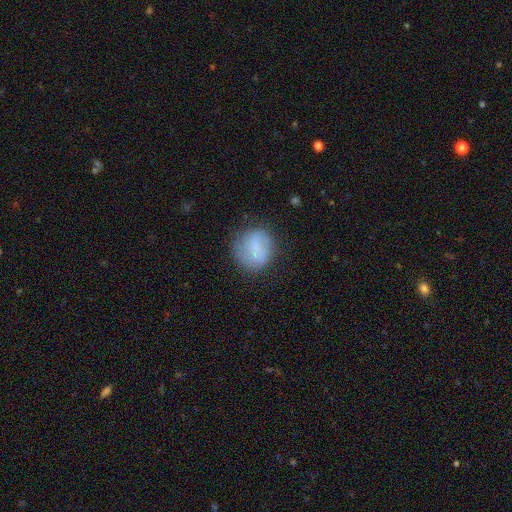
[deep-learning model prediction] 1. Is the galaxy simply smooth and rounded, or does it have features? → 67% smooth, 24% featured or disk, 9% star or artifact.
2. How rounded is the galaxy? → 74% round, 24% in between, 1% cigar-shaped.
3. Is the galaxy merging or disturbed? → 68% none, 21% minor disturbance, 9% major disturbance, 2% merger.